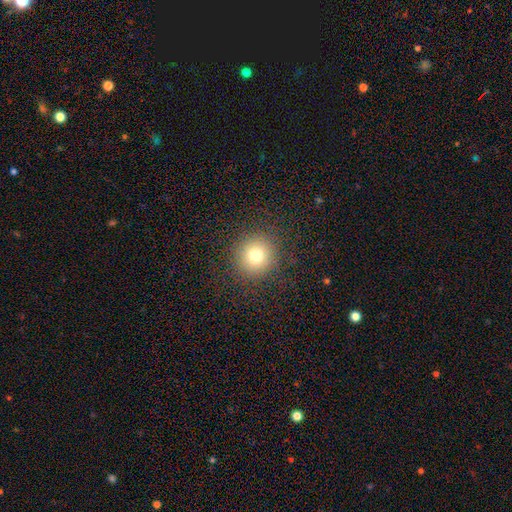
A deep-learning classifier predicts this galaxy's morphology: A smooth galaxy with no disk features (76%) that is round (92%).

Vote fractions:
- Smooth or featured? smooth: 76% / star or artifact: 15% / featured or disk: 9%
- How rounded? round: 92% / in between: 7% / cigar-shaped: 1%
- Merging? none: 89% / minor disturbance: 7% / major disturbance: 3% / merger: 1%